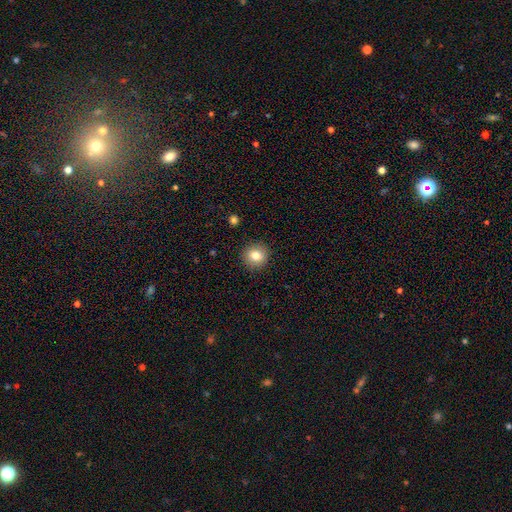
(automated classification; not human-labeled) smooth 81%, star or artifact 10%, featured or disk 9%. Down the decision tree: how rounded — round (90%); merging — none (91%).